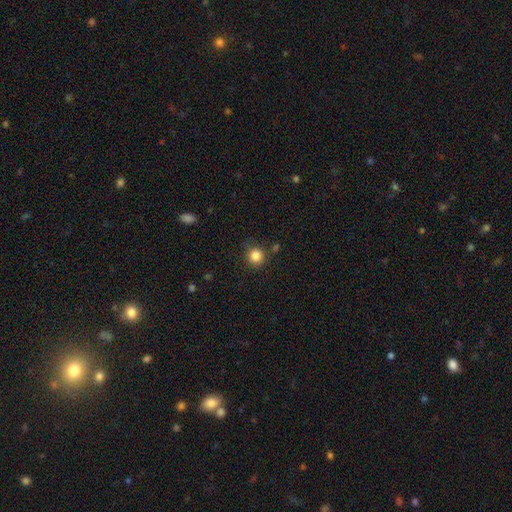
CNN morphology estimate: Smooth or featured?
  - smooth: 84% *
  - star or artifact: 11%
  - featured or disk: 4%
How rounded?
  - round: 93% *
  - in between: 6%
  - cigar-shaped: 1%
Merging?
  - none: 84% *
  - minor disturbance: 9%
  - merger: 4%
  - major disturbance: 3%